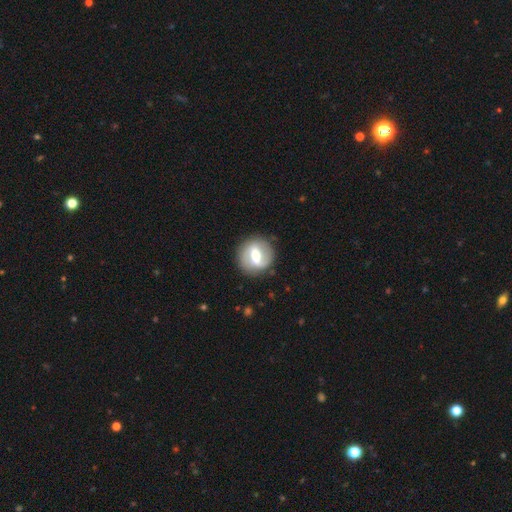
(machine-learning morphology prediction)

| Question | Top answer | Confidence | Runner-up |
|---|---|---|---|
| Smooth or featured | featured or disk | 59% | smooth (35%) |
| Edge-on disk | no | 93% | yes (7%) |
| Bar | strong | 53% | weak (36%) |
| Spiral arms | yes | 55% | no (45%) |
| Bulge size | moderate | 61% | large (20%) |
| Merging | none | 83% | minor disturbance (11%) |